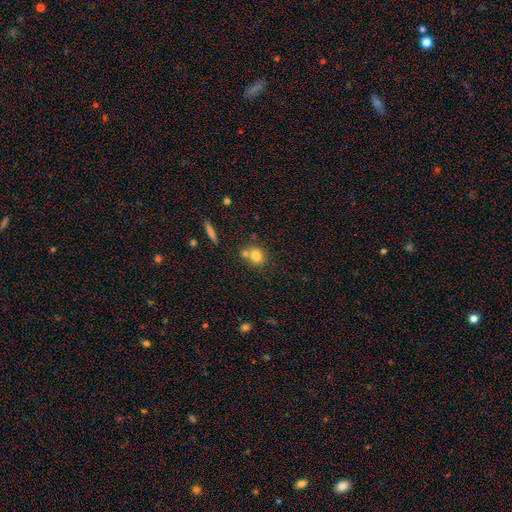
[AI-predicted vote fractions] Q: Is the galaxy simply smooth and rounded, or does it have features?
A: smooth — 77%.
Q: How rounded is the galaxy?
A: round — 80%.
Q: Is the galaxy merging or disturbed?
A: none — 55%.